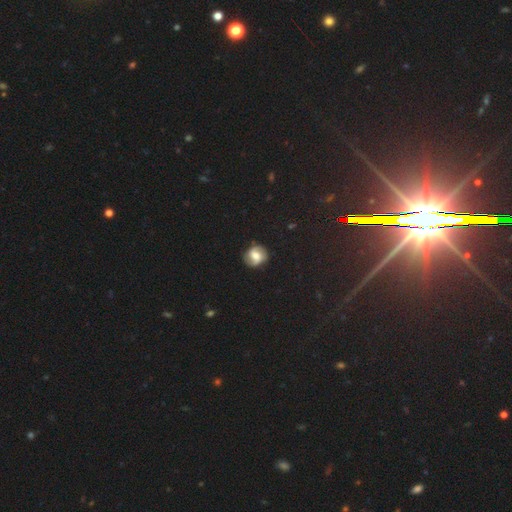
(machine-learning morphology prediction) This appears to be a featured or disk galaxy (61%) with a weak bar (49%), 2 (87%) medium (46%) spiral arms (90%) and a moderate central bulge (55%). Merging: none (81%).